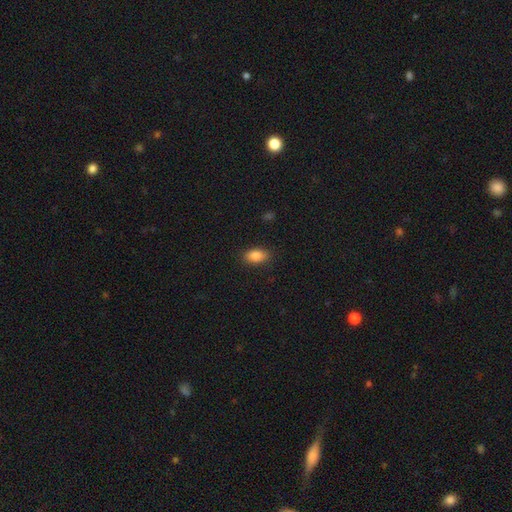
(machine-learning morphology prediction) Smooth or featured? Predicted: smooth (p=0.86). How rounded? Predicted: in between (p=0.88). Merging? Predicted: none (p=0.86).